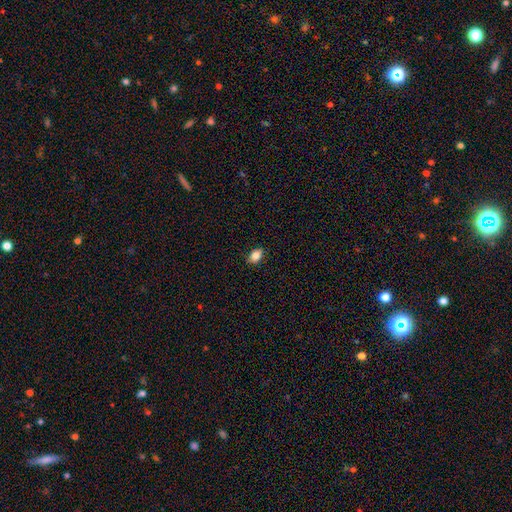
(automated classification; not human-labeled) Overall: smooth (84%). How rounded: in between (82%). Merging: none (87%).